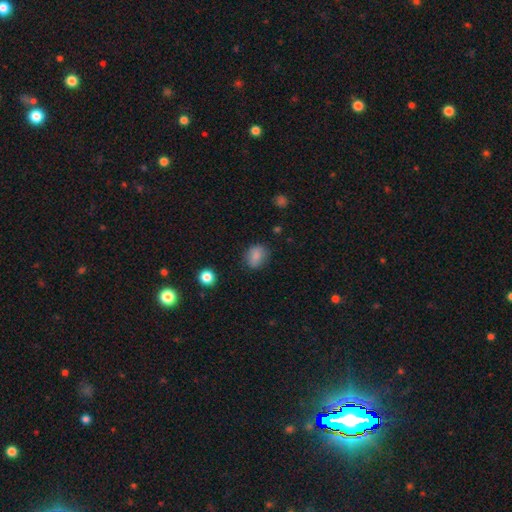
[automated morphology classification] A smooth galaxy with no disk features (83%) that is in between round and cigar-shaped (54%).

Vote fractions:
- Smooth or featured? smooth: 83% / star or artifact: 10% / featured or disk: 7%
- How rounded? in between: 54% / round: 45% / cigar-shaped: 1%
- Merging? none: 75% / minor disturbance: 18% / major disturbance: 5% / merger: 2%